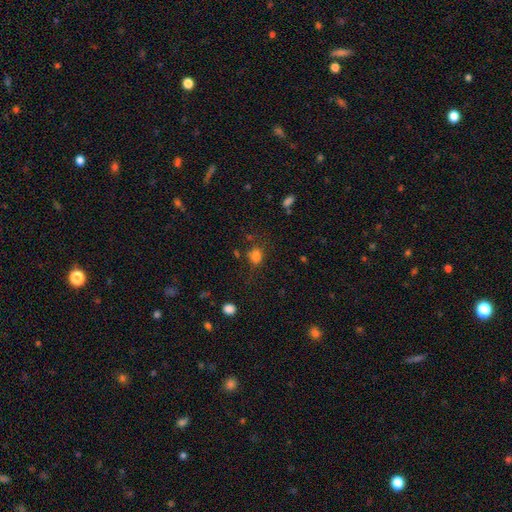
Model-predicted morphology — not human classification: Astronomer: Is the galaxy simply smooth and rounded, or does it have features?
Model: smooth — 78%.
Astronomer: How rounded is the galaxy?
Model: round — 56% (runner-up: in between, 43%).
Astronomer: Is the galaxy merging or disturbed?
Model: none — 67%.